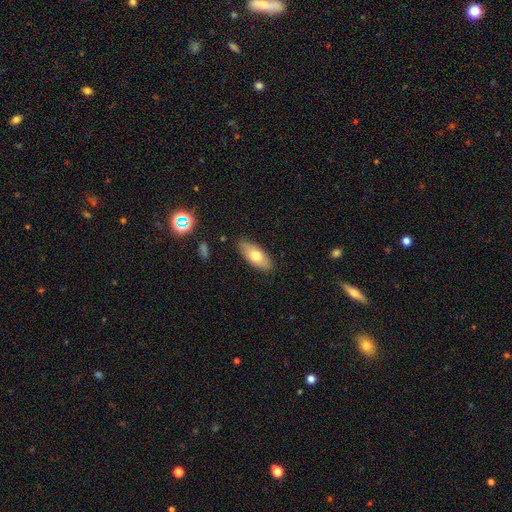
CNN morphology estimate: A smooth galaxy with no disk features (71%) that is in between round and cigar-shaped (81%).

Vote fractions:
- Smooth or featured? smooth: 71% / featured or disk: 23% / star or artifact: 6%
- How rounded? in between: 81% / cigar-shaped: 16% / round: 2%
- Merging? none: 85% / minor disturbance: 11% / major disturbance: 2% / merger: 1%